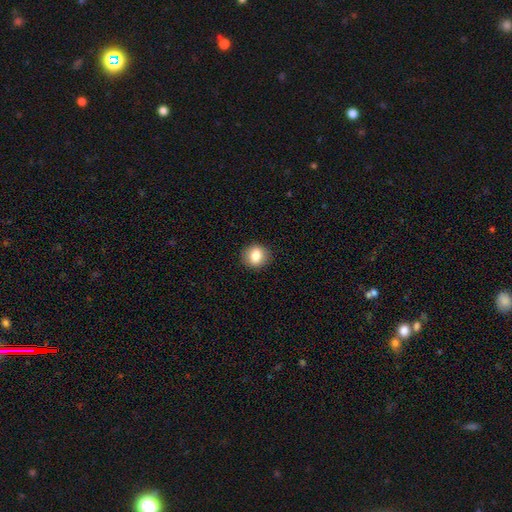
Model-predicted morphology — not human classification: type=smooth (82%); roundness=round (80%); merging=none (90%).